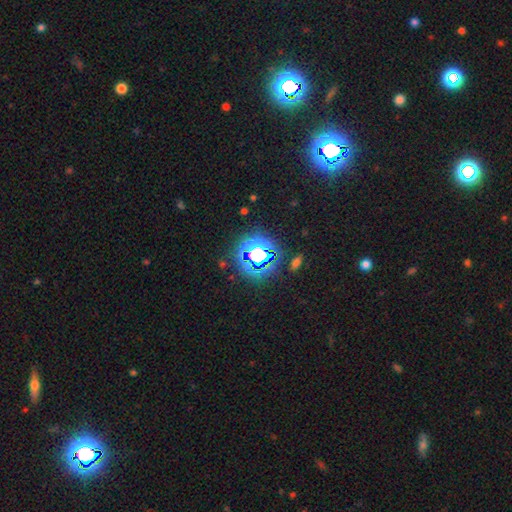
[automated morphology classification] type=star or artifact (71%).